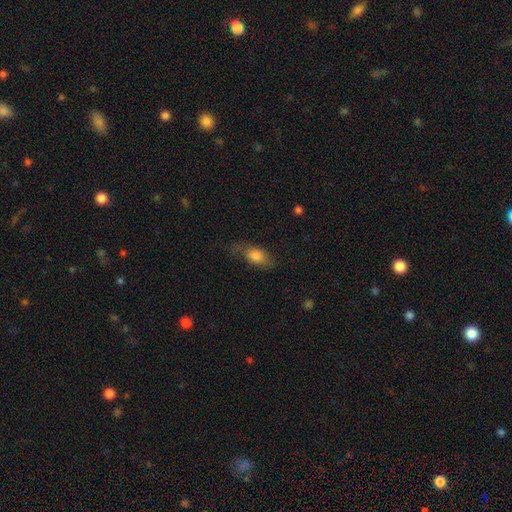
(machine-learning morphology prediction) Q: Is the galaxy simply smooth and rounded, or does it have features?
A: smooth — 69%.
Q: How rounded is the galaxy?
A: in between — 84%.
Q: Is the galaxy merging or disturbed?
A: none — 53%.